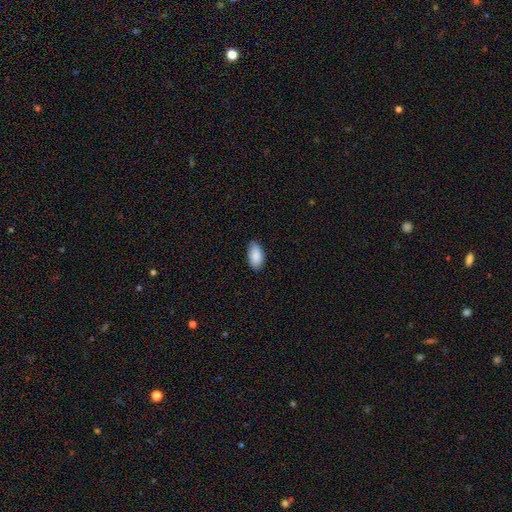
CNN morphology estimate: type=smooth (90%); roundness=in between (95%); merging=none (86%).